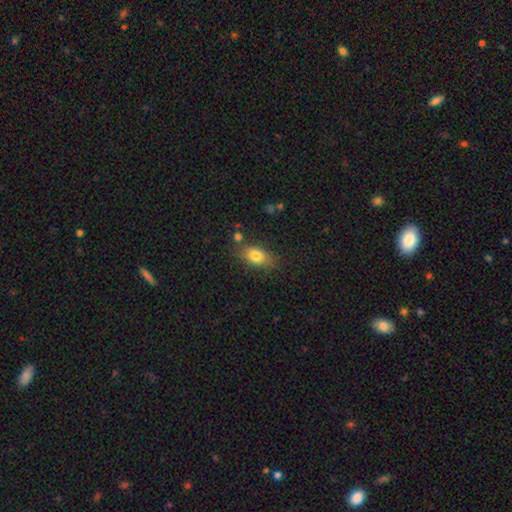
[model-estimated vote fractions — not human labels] This appears to be a smooth galaxy with no disk features (80%) that is in between round and cigar-shaped (81%). Merging: none (74%).